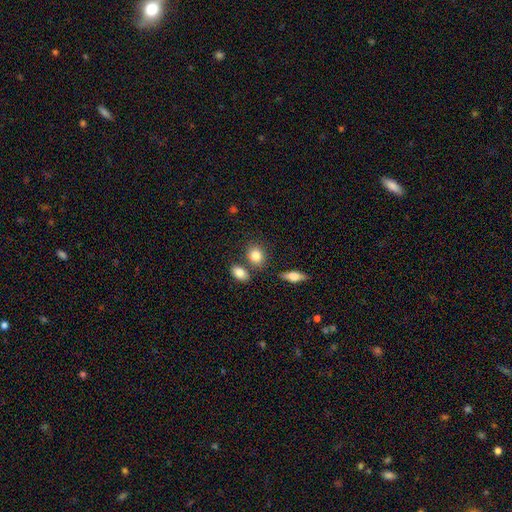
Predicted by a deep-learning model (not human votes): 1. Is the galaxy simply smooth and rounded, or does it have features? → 82% smooth, 9% featured or disk, 9% star or artifact.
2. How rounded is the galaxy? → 50% in between, 48% round, 2% cigar-shaped.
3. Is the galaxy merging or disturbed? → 68% none, 17% merger, 12% minor disturbance, 3% major disturbance.